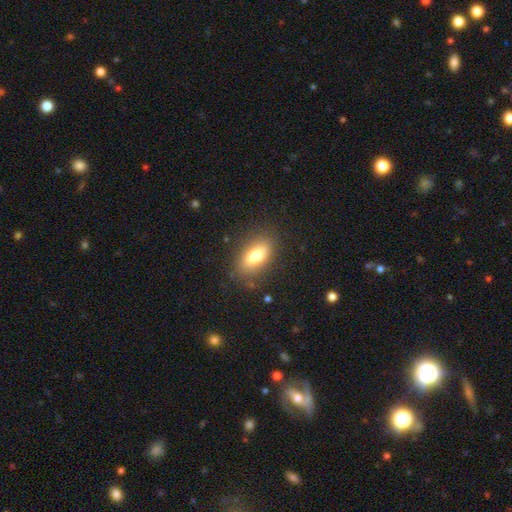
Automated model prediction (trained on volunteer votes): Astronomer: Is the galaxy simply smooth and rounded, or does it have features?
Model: smooth — 78%.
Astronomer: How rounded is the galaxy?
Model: in between — 86%.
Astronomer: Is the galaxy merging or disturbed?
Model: none — 82%.